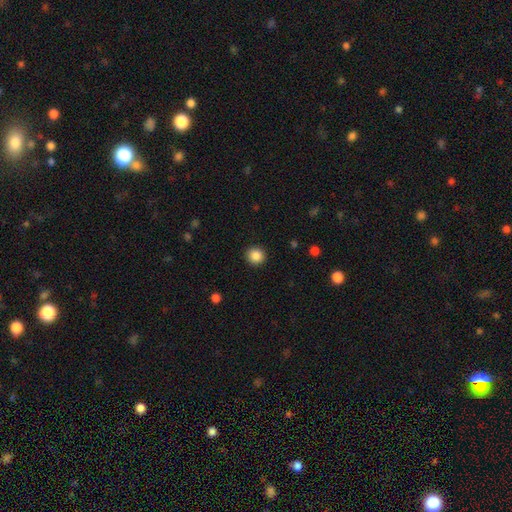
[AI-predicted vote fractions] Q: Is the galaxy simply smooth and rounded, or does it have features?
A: smooth — 87%.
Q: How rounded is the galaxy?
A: round — 91%.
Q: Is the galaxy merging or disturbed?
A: none — 92%.